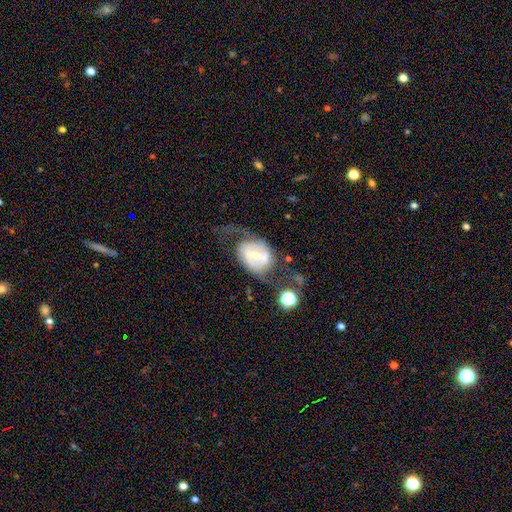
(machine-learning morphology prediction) This is likely a featured or disk galaxy (70%). It is clearly not viewed edge-on (95%). Bar: marginally weak (44%). Spiral arm pattern: likely yes (73%). Central bulge: possibly moderate (48%). Merging: marginally none (39%).